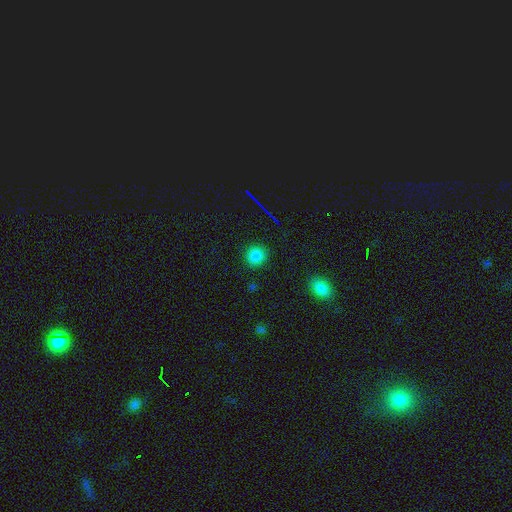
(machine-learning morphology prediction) Smooth or featured? Predicted: smooth (p=0.81). How rounded? Predicted: round (p=0.89). Merging? Predicted: none (p=0.89).